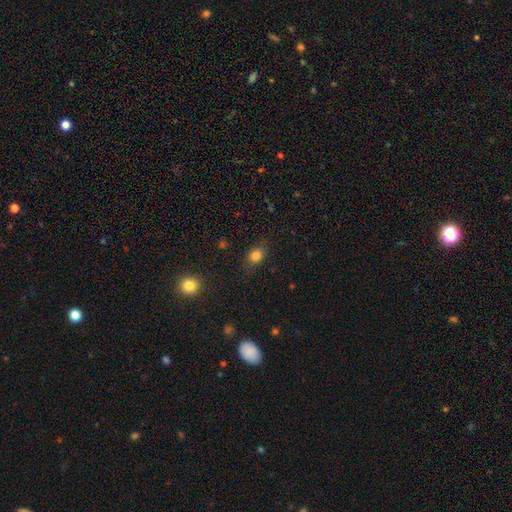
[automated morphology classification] Q: Smooth or featured?
A: smooth (81%); runner-up: star or artifact (12%)
Q: How rounded?
A: in between (56%); runner-up: round (43%)
Q: Merging?
A: none (83%); runner-up: minor disturbance (13%)